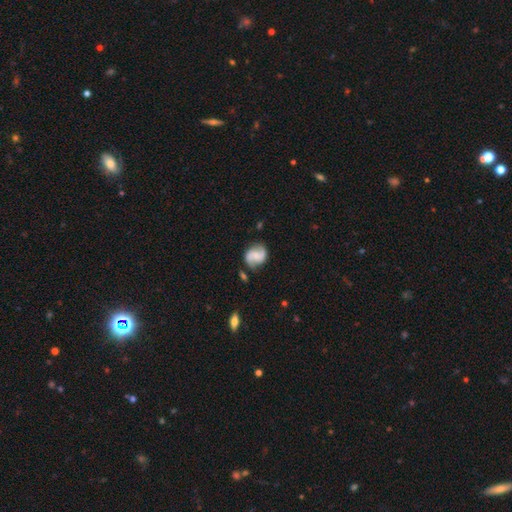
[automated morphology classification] Smooth or featured? Predicted: featured or disk (p=0.72). Edge-on disk? Predicted: no (p=0.98). Bar? Predicted: no (p=0.50). Spiral arms? Predicted: yes (p=0.95). Spiral winding? Predicted: medium (p=0.45). Spiral arm count? Predicted: 2 (p=0.91). Bulge size? Predicted: small (p=0.43). Merging? Predicted: none (p=0.74).